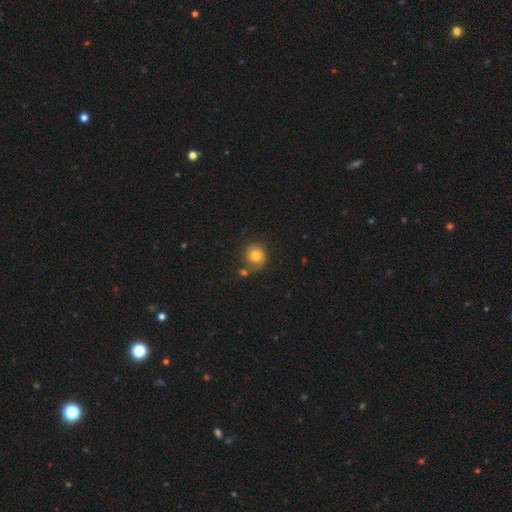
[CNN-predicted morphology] Smooth or featured? Predicted: smooth (p=0.72). How rounded? Predicted: round (p=0.86). Merging? Predicted: none (p=0.63).